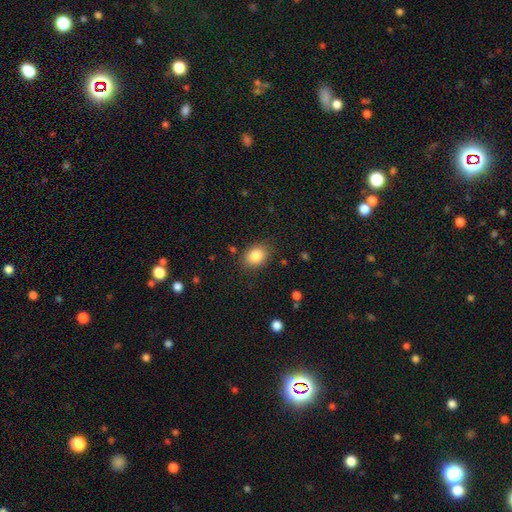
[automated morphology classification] Smooth or featured: smooth — 86% (star or artifact — 9%)
How rounded: in between — 59% (round — 40%)
Merging: none — 83% (minor disturbance — 12%)